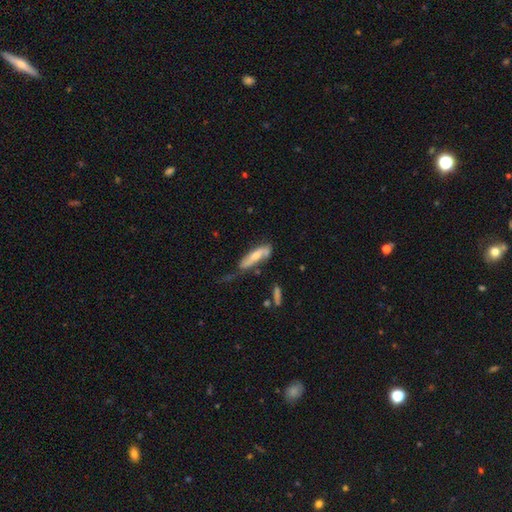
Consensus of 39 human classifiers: smooth_or_featured: featured or disk (p=0.56) [alt: smooth p=0.41]
disk_edge_on: no (p=0.82) [alt: yes p=0.18]
bar: no (p=0.50) [alt: weak p=0.33]
has_spiral_arms: yes (p=0.89) [alt: no p=0.11]
spiral_winding: medium (p=0.50) [alt: loose p=0.38]
spiral_arm_count: 2 (p=0.69) [alt: can't tell p=0.19]
bulge_size: moderate (p=0.78) [alt: small p=0.17]
merging: none (p=0.55) [alt: minor disturbance p=0.32]